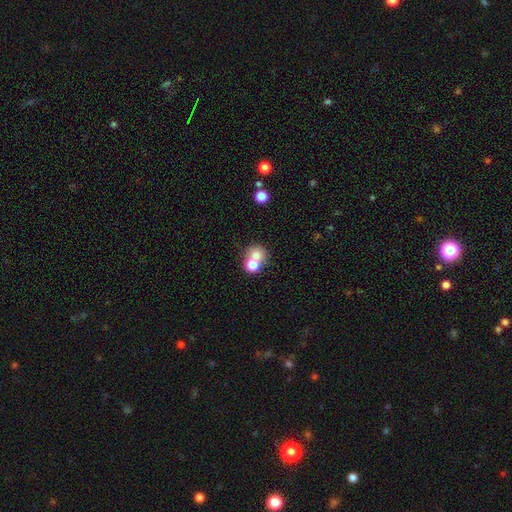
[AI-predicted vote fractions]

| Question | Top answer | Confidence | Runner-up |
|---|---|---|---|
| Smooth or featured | smooth | 72% | featured or disk (14%) |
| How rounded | round | 81% | in between (18%) |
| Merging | merger | 48% | none (42%) |